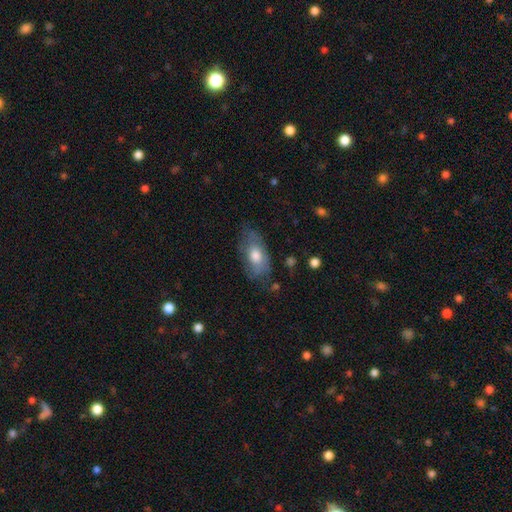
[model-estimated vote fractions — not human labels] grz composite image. It shows a smooth galaxy with no disk features (64%) that is in between round and cigar-shaped (89%). Merging: none (59%).